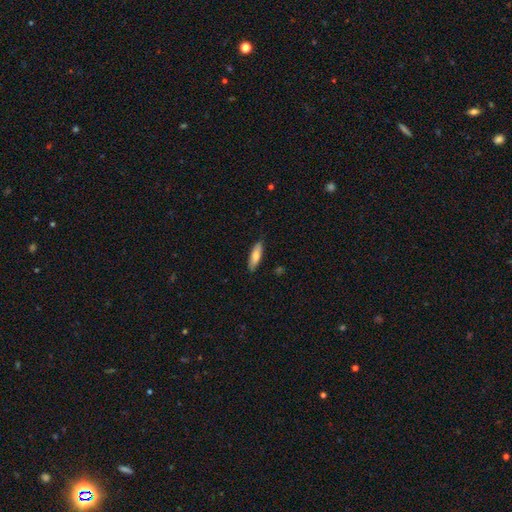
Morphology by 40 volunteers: Overall: smooth (80%). How rounded: cigar-shaped (69%). Merging: none (74%).